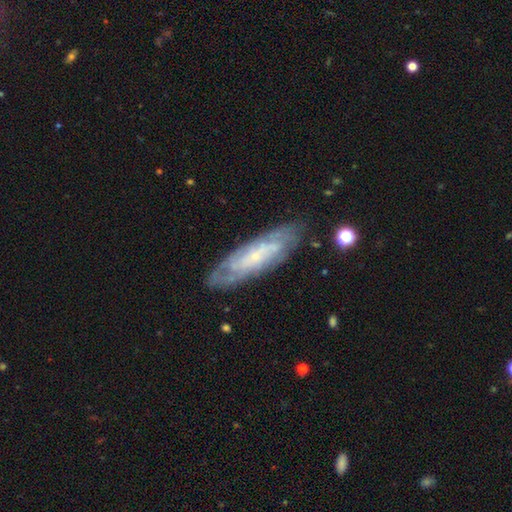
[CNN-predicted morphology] Smooth or featured? Predicted: featured or disk (p=0.74). Edge-on disk? Predicted: no (p=0.79). Bar? Predicted: no (p=0.66). Spiral arms? Predicted: yes (p=0.84). Bulge size? Predicted: small (p=0.80). Merging? Predicted: none (p=0.78).